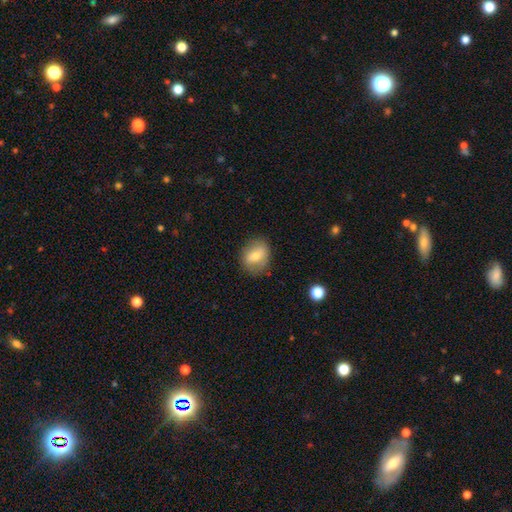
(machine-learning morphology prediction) Overall: smooth (66%). How rounded: round (53%; in between 46%). Merging: none (78%).